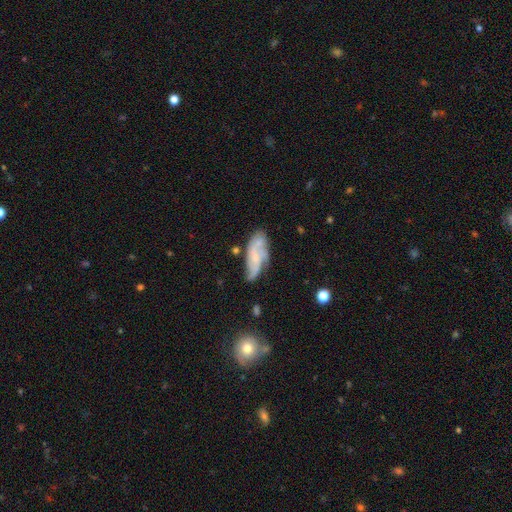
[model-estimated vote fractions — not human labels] The model was most divided on "spiral arm count": 2: 34%, 3: 30%, can't tell: 21%, 4: 7%, 1: 4%, more than 4: 3%. Remaining: edge-on disk — no (92%); spiral arms — yes (87%); smooth or featured — featured or disk (66%); bar — no (64%); merging — none (57%); bulge size — small (55%); spiral winding — medium (43%).